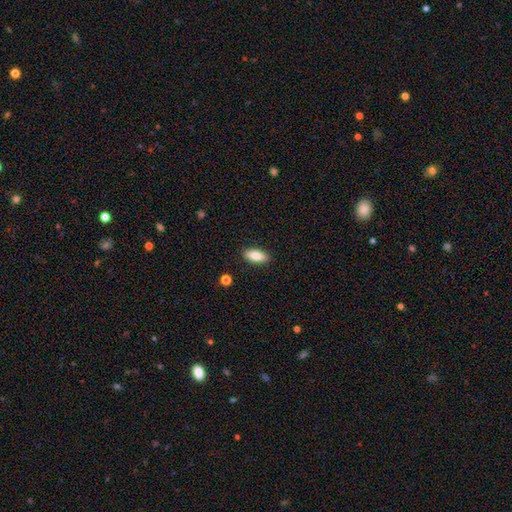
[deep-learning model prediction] Morphology: type=smooth (85%); roundness=in between (79%); merging=none (88%).